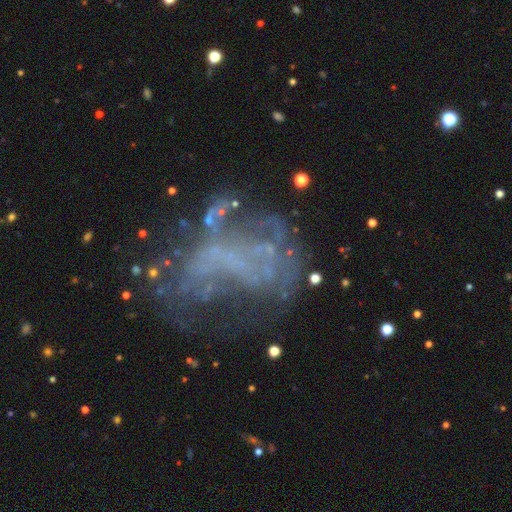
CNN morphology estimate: Smooth or featured? featured or disk (62%)
Edge-on disk? no (98%)
Bar? no (85%)
Spiral arms? no (81%)
Bulge size? none (84%)
Merging? major disturbance (41%)